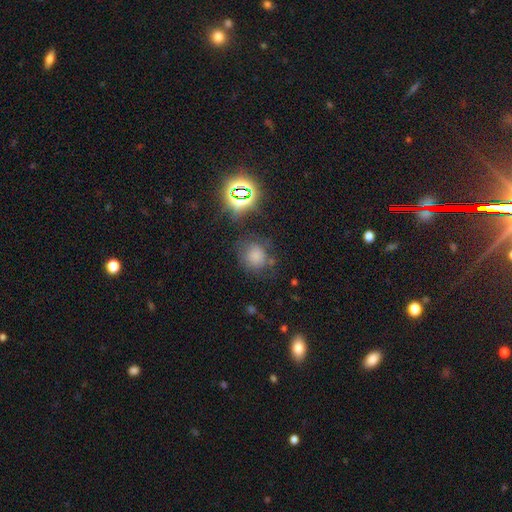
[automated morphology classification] smooth-or-featured: smooth: 68% | star or artifact: 22% | featured or disk: 10%
  how-rounded: round: 81% | in between: 18% | cigar-shaped: 1%
  merging: none: 64% | minor disturbance: 20% | major disturbance: 11% | merger: 6%